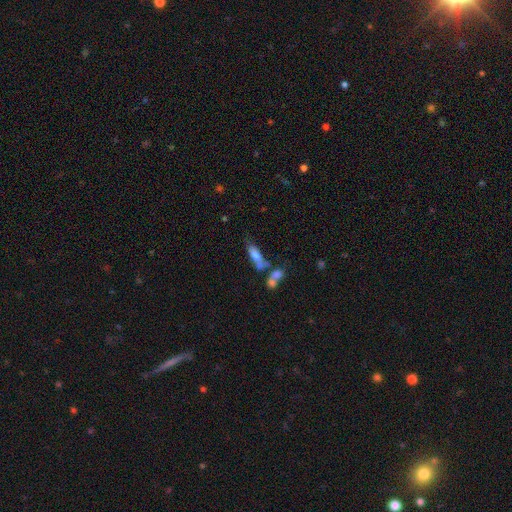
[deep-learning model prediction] The model was most divided on "merging": merger: 38%, none: 33%, minor disturbance: 16%, major disturbance: 14%. More confident: smooth or featured — smooth (64%); how rounded — in between (63%).